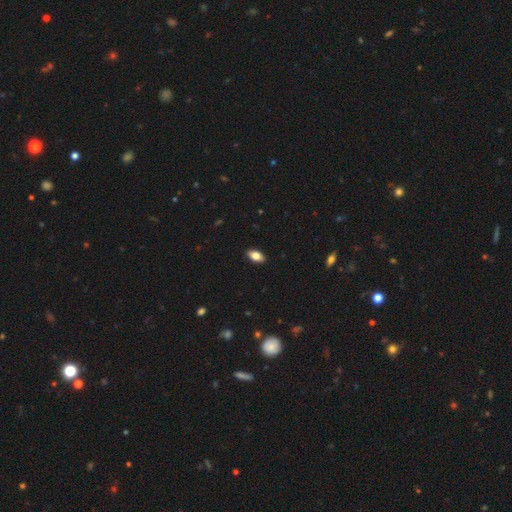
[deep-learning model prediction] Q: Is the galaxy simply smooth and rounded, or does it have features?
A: smooth — 80%.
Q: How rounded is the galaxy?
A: in between — 91%.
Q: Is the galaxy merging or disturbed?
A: none — 89%.